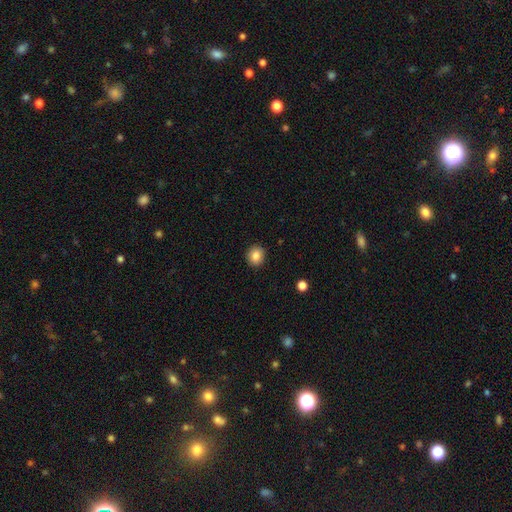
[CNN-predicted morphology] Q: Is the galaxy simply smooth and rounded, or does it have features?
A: smooth — 84%.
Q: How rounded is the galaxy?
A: round — 79%.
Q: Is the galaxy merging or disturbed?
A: none — 91%.